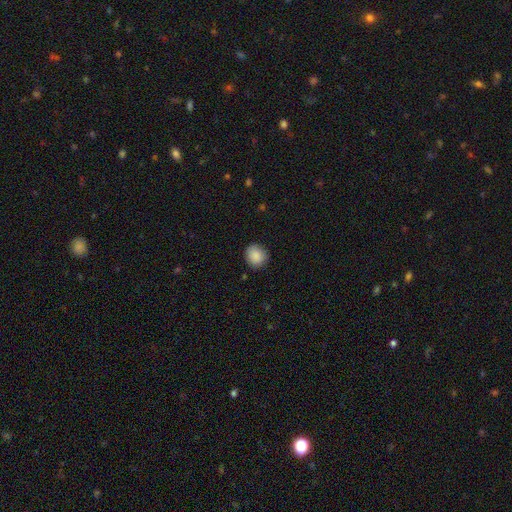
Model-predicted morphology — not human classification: This is clearly a smooth galaxy (88%). How rounded: likely round (79%). Merging: clearly none (85%).